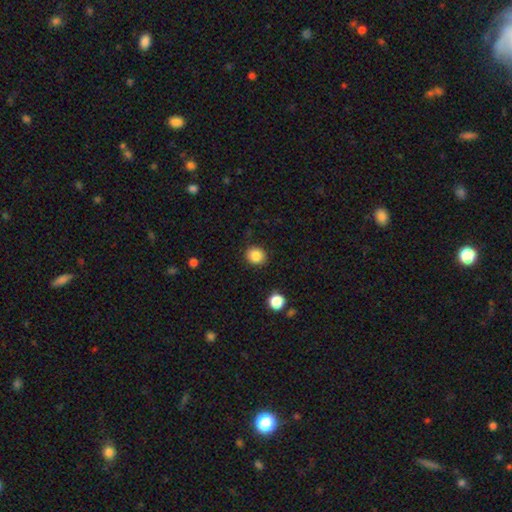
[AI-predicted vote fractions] Smooth or featured? smooth (86%)
How rounded? round (79%)
Merging? none (89%)